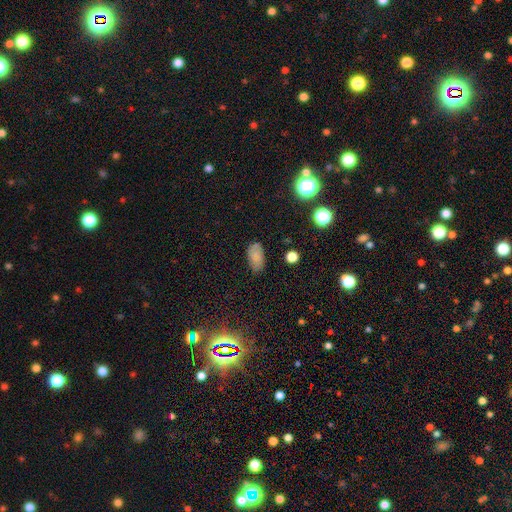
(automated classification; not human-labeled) smooth 78%, star or artifact 12%, featured or disk 10%. Down the decision tree: how rounded — in between (93%); merging — none (73%).